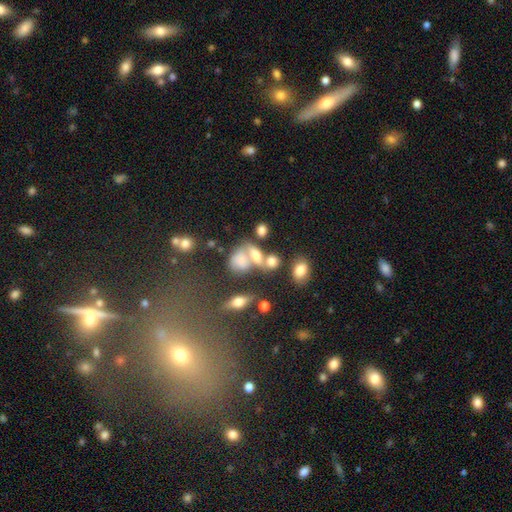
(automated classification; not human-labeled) Smooth or featured? smooth (59%)
How rounded? in between (67%)
Merging? merger (51%)